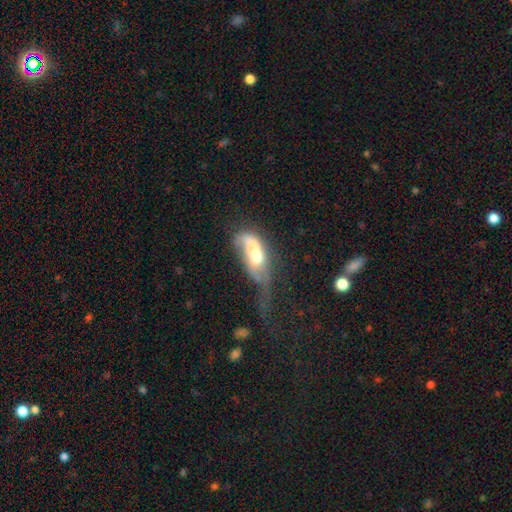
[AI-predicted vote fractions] Smooth or featured: smooth — 51% (featured or disk — 40%)
How rounded: in between — 77% (cigar-shaped — 19%)
Merging: major disturbance — 48% (merger — 23%)